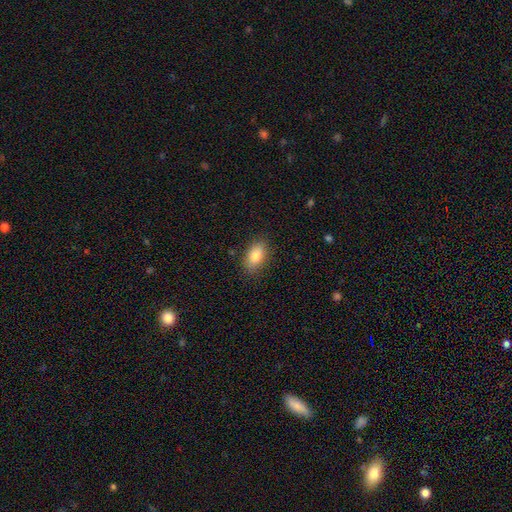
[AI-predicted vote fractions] smooth-or-featured: smooth: 82% | featured or disk: 10% | star or artifact: 8%
  how-rounded: in between: 89% | round: 7% | cigar-shaped: 4%
  merging: none: 86% | minor disturbance: 10% | major disturbance: 3% | merger: 1%